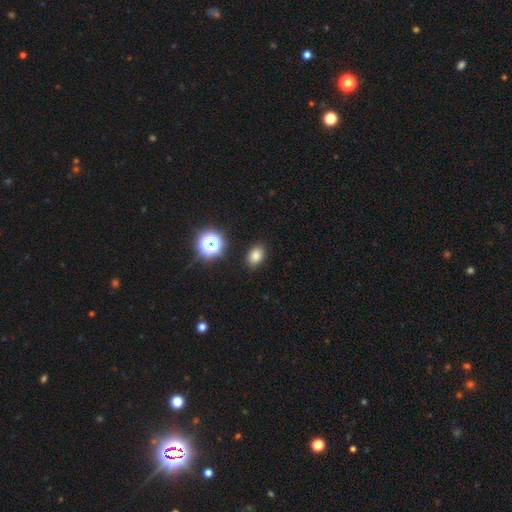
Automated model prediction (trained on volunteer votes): A smooth galaxy with no disk features (80%) that is in between round and cigar-shaped (79%).

Vote fractions:
- Smooth or featured? smooth: 80% / star or artifact: 14% / featured or disk: 6%
- How rounded? in between: 79% / round: 20% / cigar-shaped: 1%
- Merging? none: 87% / minor disturbance: 9% / major disturbance: 2% / merger: 2%